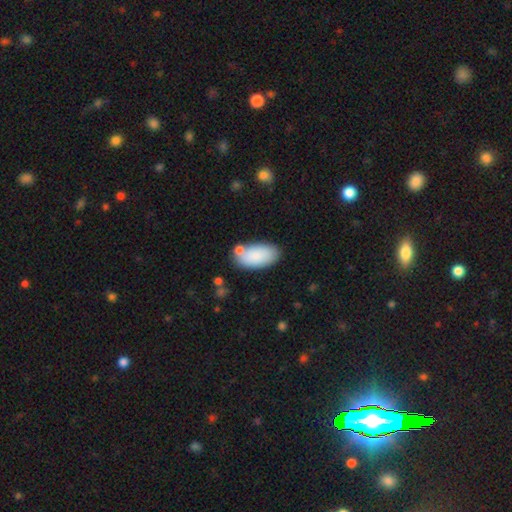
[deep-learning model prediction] Smooth or featured?
  - smooth: 84% *
  - featured or disk: 10%
  - star or artifact: 6%
How rounded?
  - in between: 95% *
  - round: 3%
  - cigar-shaped: 3%
Merging?
  - none: 71% *
  - minor disturbance: 15%
  - merger: 10%
  - major disturbance: 4%